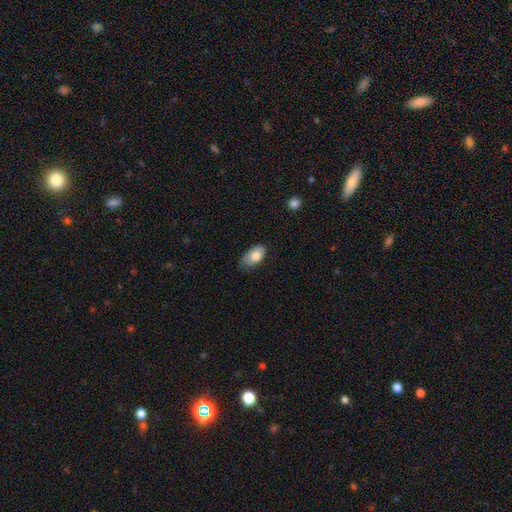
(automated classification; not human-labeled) Q: Smooth or featured?
A: smooth (79%); runner-up: featured or disk (14%)
Q: How rounded?
A: in between (93%); runner-up: round (5%)
Q: Merging?
A: none (68%); runner-up: minor disturbance (26%)